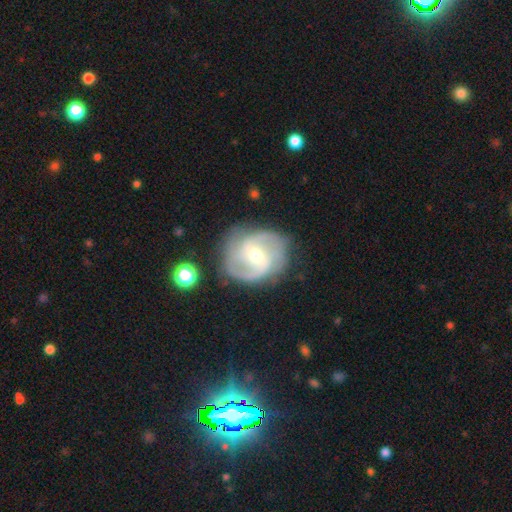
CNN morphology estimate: Q: Smooth or featured?
A: featured or disk (87%); runner-up: smooth (8%)
Q: Edge-on disk?
A: no (98%); runner-up: yes (2%)
Q: Bar?
A: weak (50%); runner-up: no (30%)
Q: Spiral arms?
A: yes (97%); runner-up: no (3%)
Q: Spiral winding?
A: medium (53%); runner-up: tight (28%)
Q: Spiral arm count?
A: 2 (62%); runner-up: 3 (20%)
Q: Bulge size?
A: small (49%); runner-up: moderate (48%)
Q: Merging?
A: none (77%); runner-up: minor disturbance (15%)